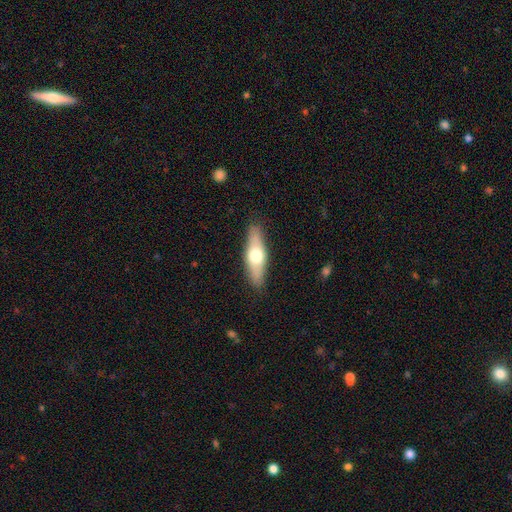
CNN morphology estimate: This is possibly a smooth galaxy (56%). How rounded: possibly cigar-shaped (50%). Merging: clearly none (86%).